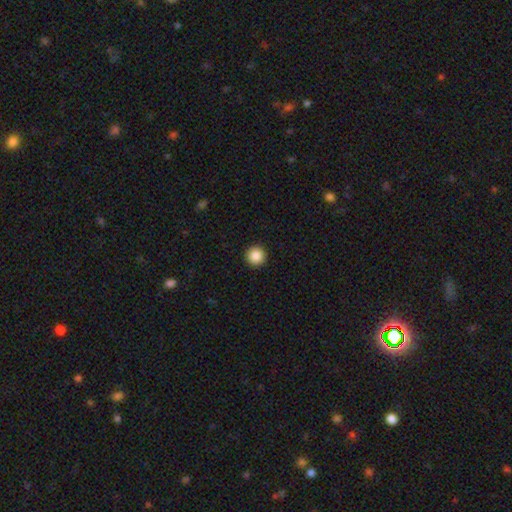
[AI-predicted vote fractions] A smooth galaxy with no disk features (87%) that is round (96%). Merging: none (94%).